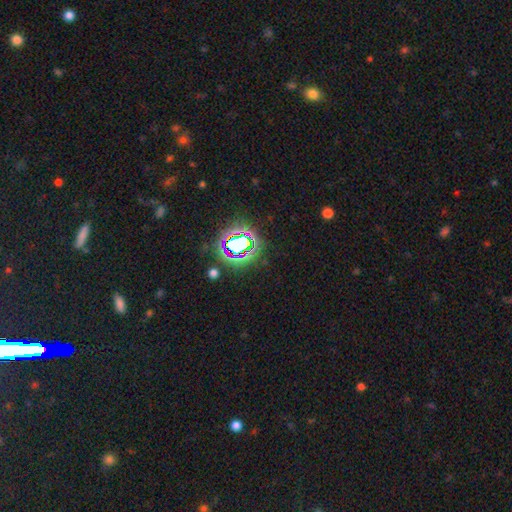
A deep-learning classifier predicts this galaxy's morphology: Smooth or featured? star or artifact (78%)